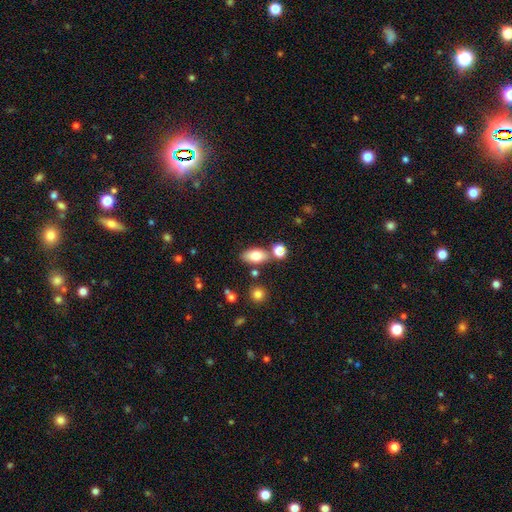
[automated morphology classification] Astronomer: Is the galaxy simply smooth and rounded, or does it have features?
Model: smooth — 78%.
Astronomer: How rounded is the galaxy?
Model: in between — 87%.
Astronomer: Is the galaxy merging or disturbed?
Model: none — 69%.